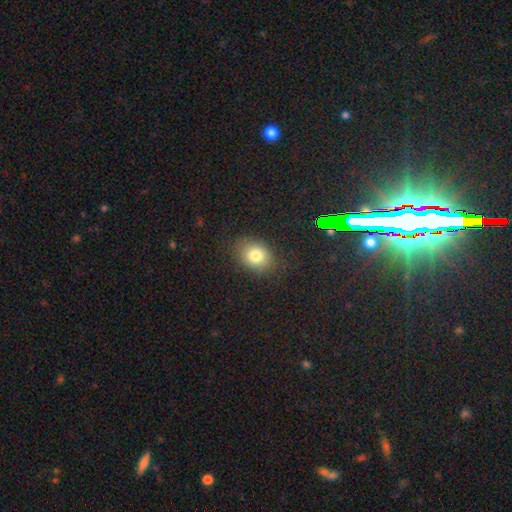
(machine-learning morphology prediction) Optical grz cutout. It shows a smooth galaxy with no disk features (79%) that is in between round and cigar-shaped (52%). Merging: none (83%).